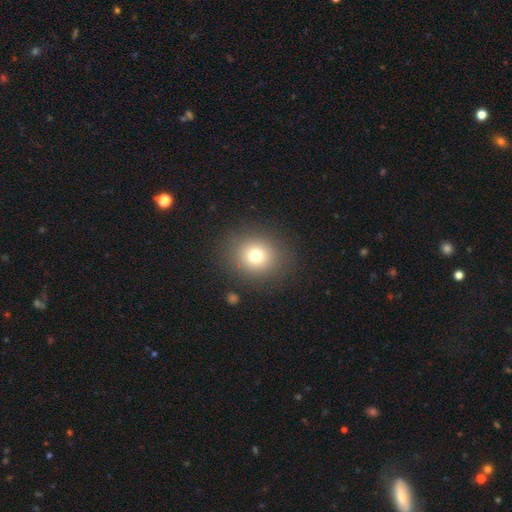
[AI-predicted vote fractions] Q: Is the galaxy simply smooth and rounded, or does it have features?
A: smooth — 75%.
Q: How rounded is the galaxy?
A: round — 80%.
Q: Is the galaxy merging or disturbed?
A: none — 87%.